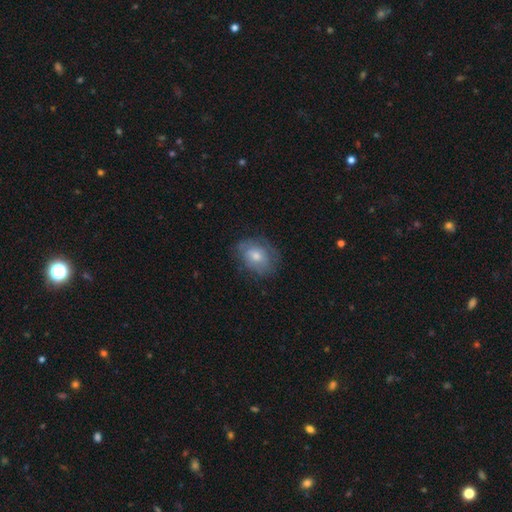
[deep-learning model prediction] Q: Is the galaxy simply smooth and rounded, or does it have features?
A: smooth — 57%.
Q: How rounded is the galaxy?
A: in between — 66%.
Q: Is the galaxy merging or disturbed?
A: none — 66%.